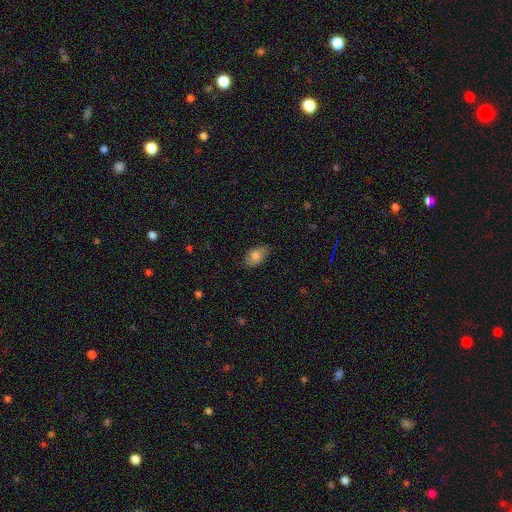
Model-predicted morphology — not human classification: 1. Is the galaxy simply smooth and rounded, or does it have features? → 80% smooth, 13% featured or disk, 7% star or artifact.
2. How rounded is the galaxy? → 92% in between, 6% round, 2% cigar-shaped.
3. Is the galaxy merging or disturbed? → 82% none, 14% minor disturbance, 3% major disturbance, 1% merger.